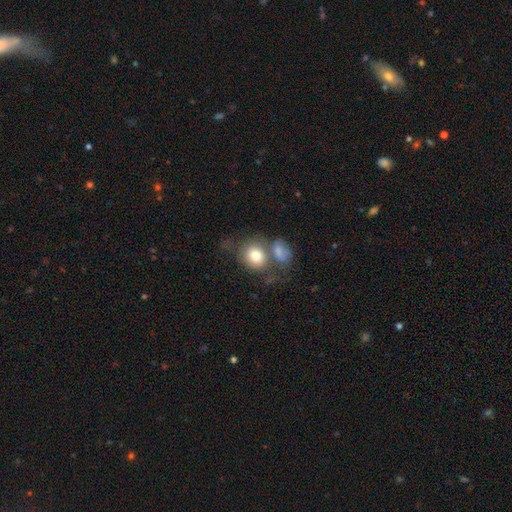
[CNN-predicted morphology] A smooth galaxy with no disk features (77%) that is round (64%).

Vote fractions:
- Smooth or featured? smooth: 77% / featured or disk: 14% / star or artifact: 9%
- How rounded? round: 64% / in between: 35% / cigar-shaped: 1%
- Merging? merger: 39% / none: 38% / minor disturbance: 14% / major disturbance: 9%